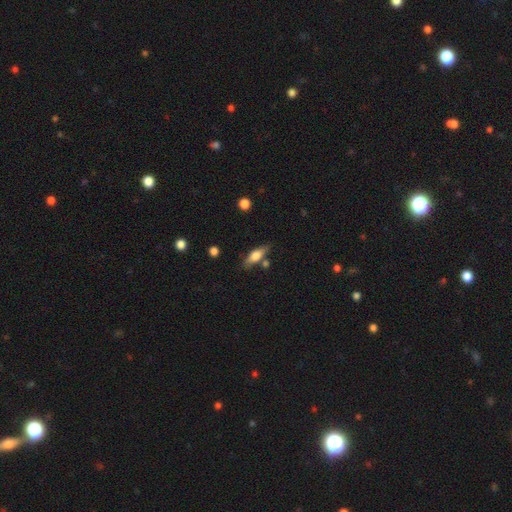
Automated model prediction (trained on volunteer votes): Smooth or featured? smooth (54%)
How rounded? in between (55%)
Merging? none (71%)